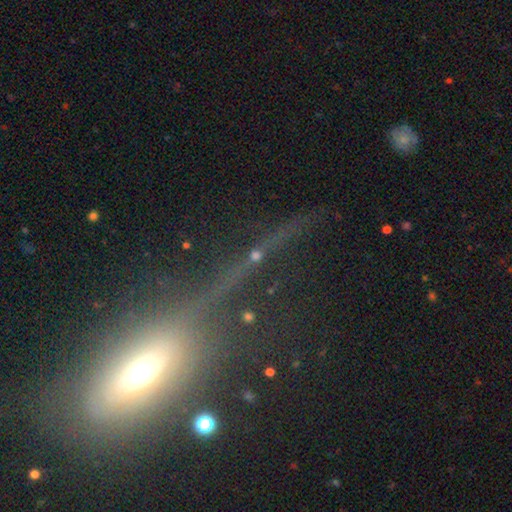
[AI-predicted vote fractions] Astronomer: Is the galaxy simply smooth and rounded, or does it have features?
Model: star or artifact — 49% (runner-up: featured or disk, 32%).